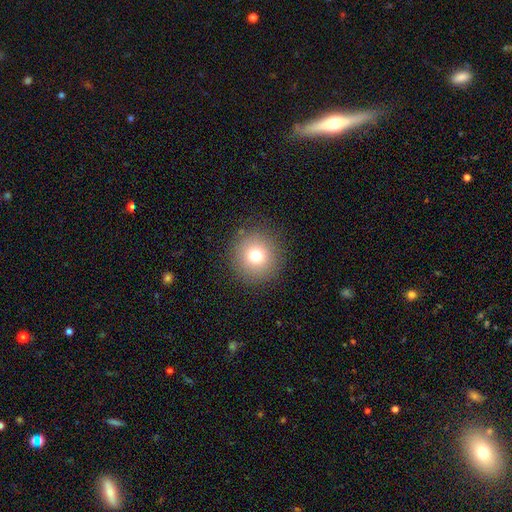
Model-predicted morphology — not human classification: Overall: smooth (74%). How rounded: round (95%). Merging: none (89%).